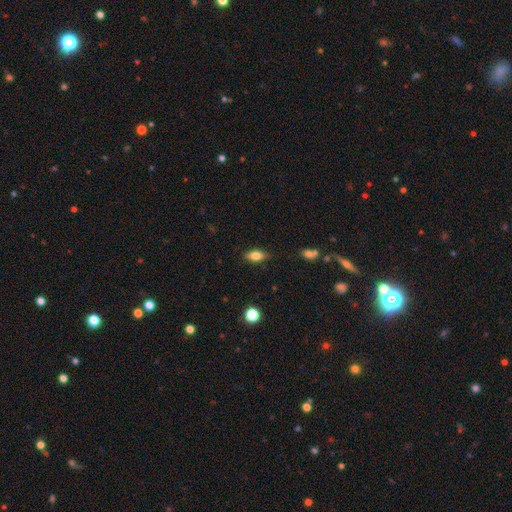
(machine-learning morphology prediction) Q: Smooth or featured?
A: smooth (65%); runner-up: featured or disk (26%)
Q: How rounded?
A: in between (78%); runner-up: cigar-shaped (16%)
Q: Merging?
A: none (84%); runner-up: minor disturbance (12%)